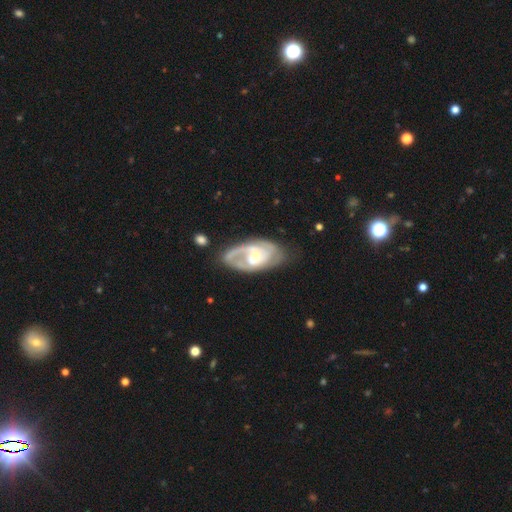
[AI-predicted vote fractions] Overall: featured or disk (81%). Edge-on disk: no (96%). Bar: no (62%; weak 31%). Spiral arms: yes (89%). Spiral arm count: 2 (44%; can't tell 23%). Spiral winding: tight (46%; medium 40%). Bulge size: small (50%; moderate 43%). Merging: none (56%; minor disturbance 23%).